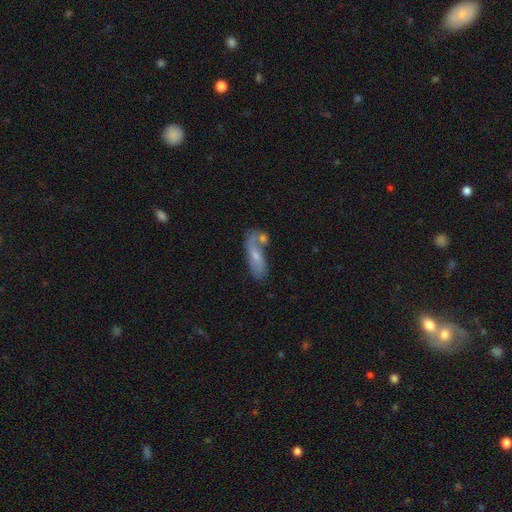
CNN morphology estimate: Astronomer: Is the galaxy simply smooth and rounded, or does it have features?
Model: featured or disk — 46%, tied with smooth at 46%.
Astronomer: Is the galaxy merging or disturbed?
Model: none — 48% (runner-up: merger, 24%).